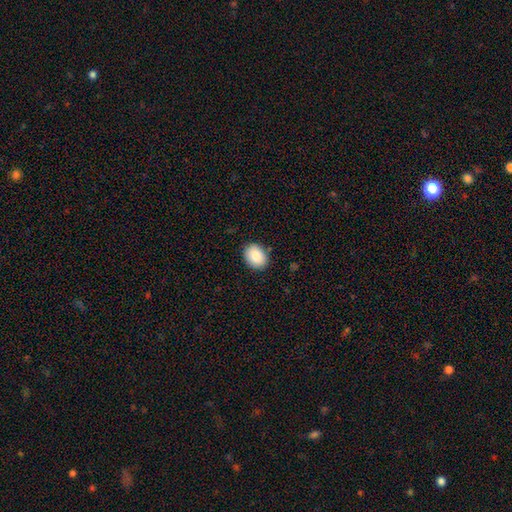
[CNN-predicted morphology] Q: Smooth or featured?
A: smooth (84%); runner-up: featured or disk (8%)
Q: How rounded?
A: in between (53%); runner-up: round (46%)
Q: Merging?
A: none (86%); runner-up: minor disturbance (10%)